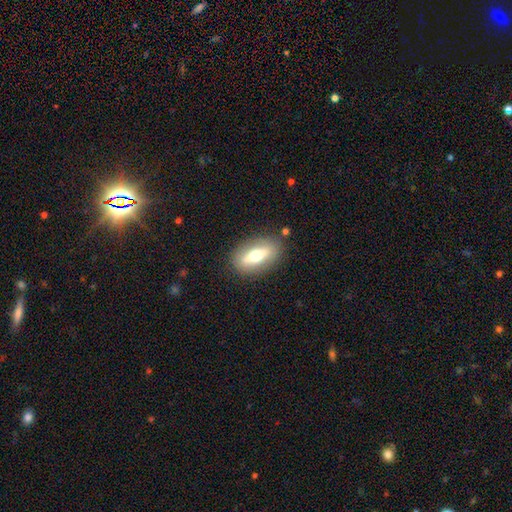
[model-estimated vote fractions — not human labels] Overall: smooth (53%; featured or disk 39%). How rounded: in between (78%). Merging: none (84%).